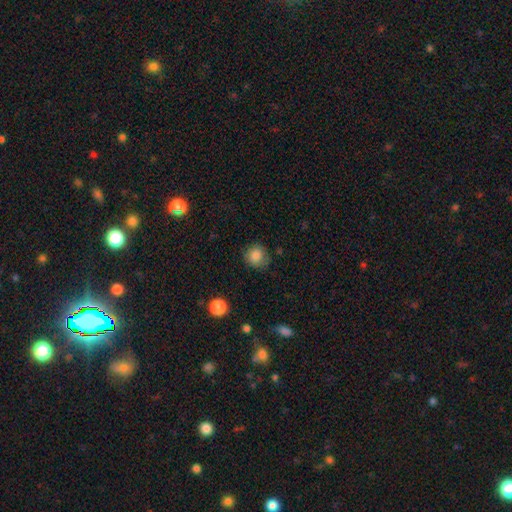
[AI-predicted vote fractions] A smooth galaxy with no disk features (85%) that is round (88%). Merging: none (80%).